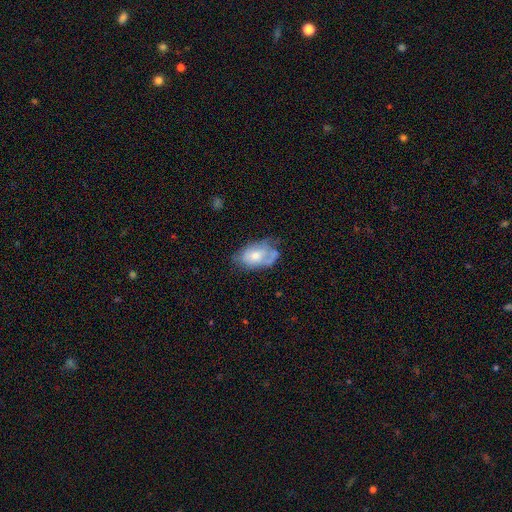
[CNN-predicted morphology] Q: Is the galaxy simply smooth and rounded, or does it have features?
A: smooth — 51%.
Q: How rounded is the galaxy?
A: in between — 90%.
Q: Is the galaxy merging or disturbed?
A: none — 44%.